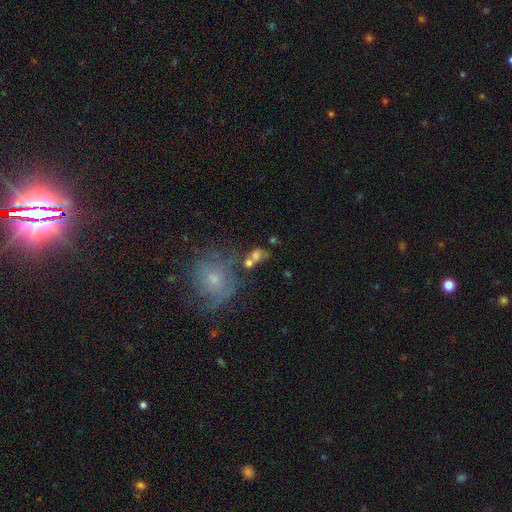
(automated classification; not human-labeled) A smooth galaxy with no disk features (59%) that is in between round and cigar-shaped (56%).

Vote fractions:
- Smooth or featured? smooth: 59% / featured or disk: 25% / star or artifact: 17%
- How rounded? in between: 56% / round: 41% / cigar-shaped: 3%
- Merging? none: 36% / merger: 33% / minor disturbance: 16% / major disturbance: 14%